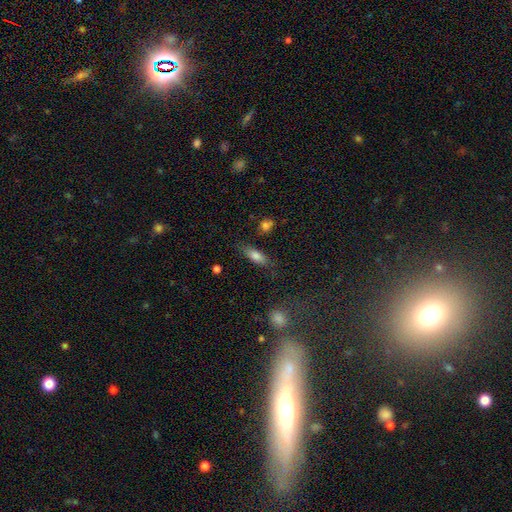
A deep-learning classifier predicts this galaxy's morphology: The model was most divided on "how rounded": in between: 66%, cigar-shaped: 31%, round: 3%. More confident: merging — none (76%); smooth or featured — smooth (76%).